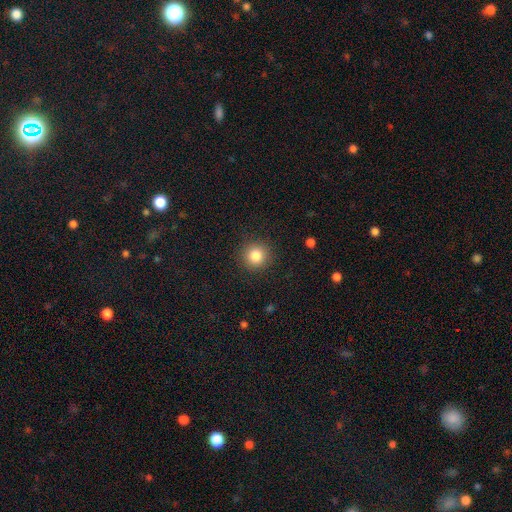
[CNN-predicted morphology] The model was most divided on "smooth or featured": smooth: 83%, star or artifact: 11%, featured or disk: 6%. More confident: how rounded — round (94%); merging — none (91%).